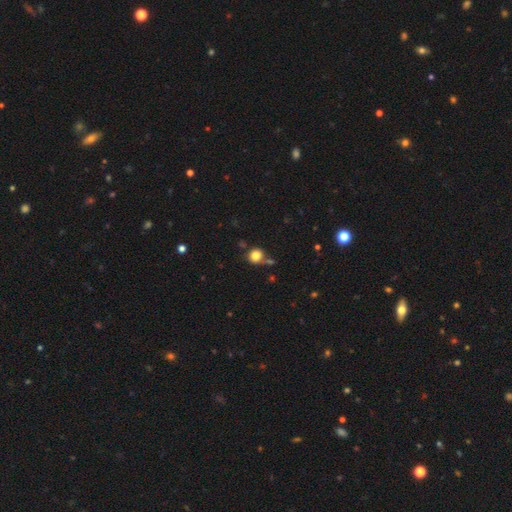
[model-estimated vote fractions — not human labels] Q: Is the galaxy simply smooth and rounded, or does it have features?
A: smooth — 82%.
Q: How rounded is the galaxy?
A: round — 83%.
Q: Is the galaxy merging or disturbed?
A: none — 66%.